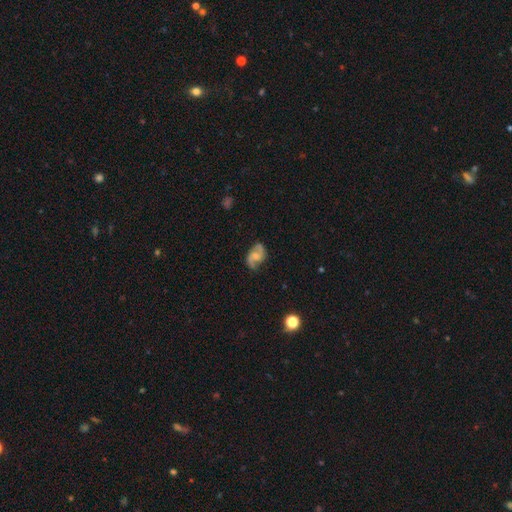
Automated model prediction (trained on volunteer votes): smooth_or_featured: featured or disk (p=0.74) [alt: smooth p=0.19]
disk_edge_on: no (p=0.97) [alt: yes p=0.03]
bar: no (p=0.53) [alt: weak p=0.40]
has_spiral_arms: yes (p=0.94) [alt: no p=0.06]
spiral_winding: loose (p=0.45) [alt: medium p=0.42]
spiral_arm_count: 2 (p=0.90) [alt: can't tell p=0.04]
bulge_size: small (p=0.40) [alt: moderate p=0.38]
merging: none (p=0.72) [alt: minor disturbance p=0.20]